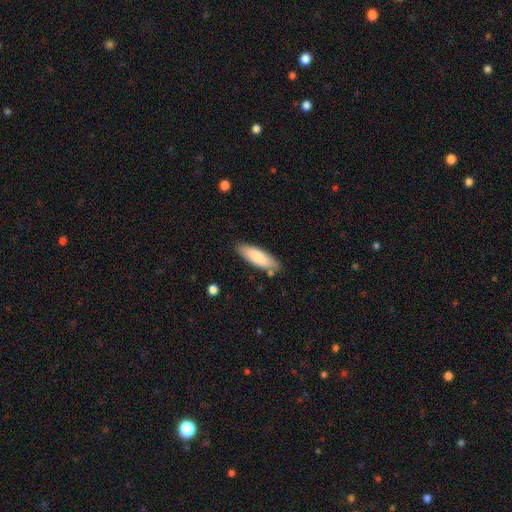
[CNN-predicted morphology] The model was most divided on "how rounded": in between: 52%, cigar-shaped: 47%, round: 1%. More confident: merging — none (82%); smooth or featured — smooth (80%).